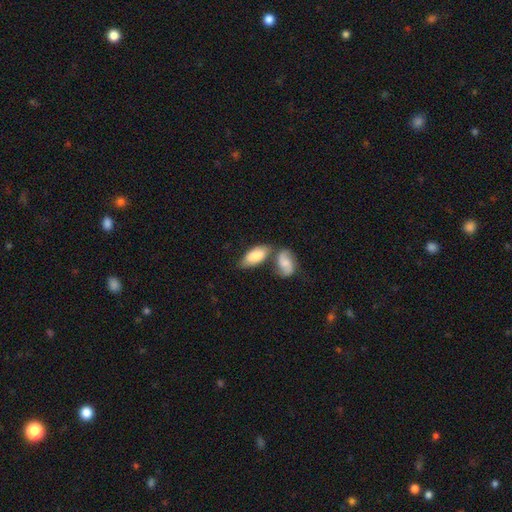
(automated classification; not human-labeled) Overall: smooth (79%). How rounded: in between (88%). Merging: none (41%; merger 40%).